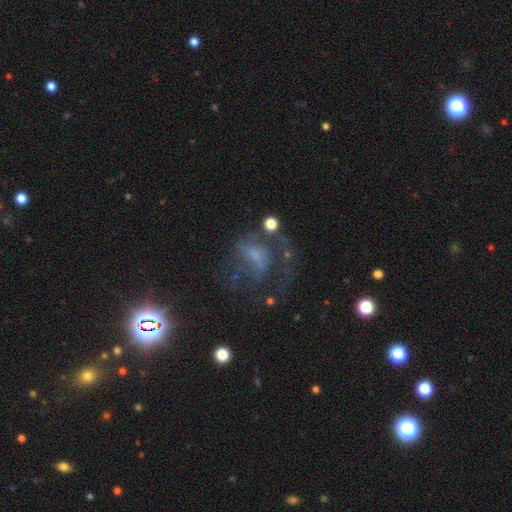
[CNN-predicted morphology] smooth_or_featured: featured or disk (p=0.54) [alt: smooth p=0.25]
disk_edge_on: no (p=0.96) [alt: yes p=0.04]
bar: no (p=0.52) [alt: weak p=0.35]
has_spiral_arms: yes (p=0.55) [alt: no p=0.45]
bulge_size: small (p=0.41) [alt: none p=0.34]
merging: major disturbance (p=0.44) [alt: none p=0.32]